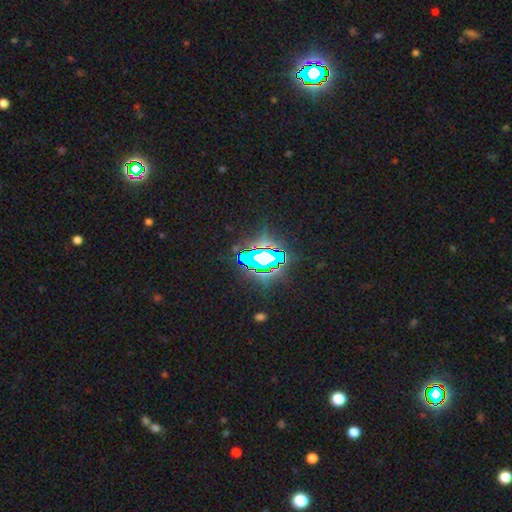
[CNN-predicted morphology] smooth-or-featured: star or artifact: 84% | smooth: 9% | featured or disk: 7%